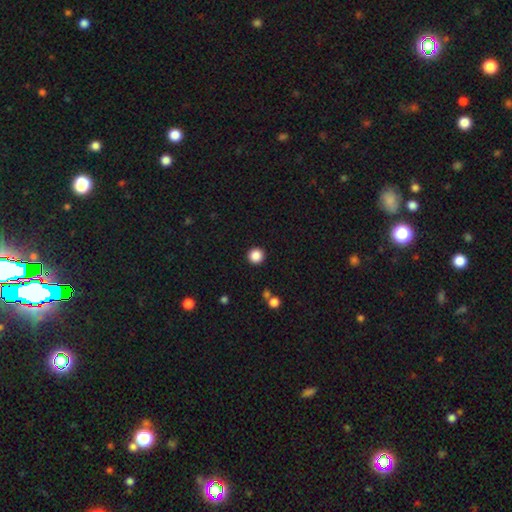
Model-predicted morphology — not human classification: This is clearly a smooth galaxy (86%). How rounded: clearly round (96%). Merging: clearly none (92%).